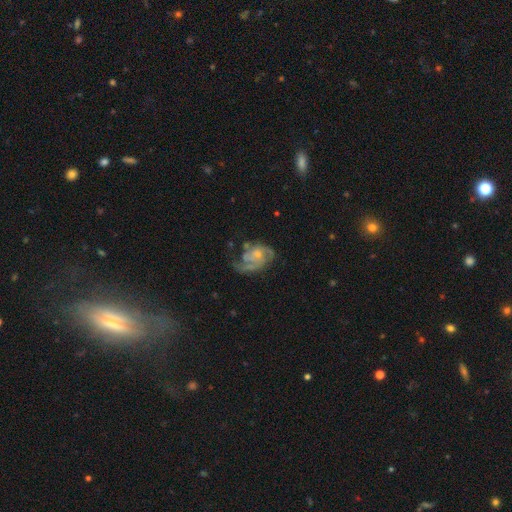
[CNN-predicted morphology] featured or disk 80%, smooth 14%, star or artifact 6%. Down the decision tree: edge-on disk — no (98%); bar — no (73%); spiral arms — yes (90%); spiral arm count — 2 (42%); spiral winding — medium (45%); bulge size — small (57%); merging — none (41%).